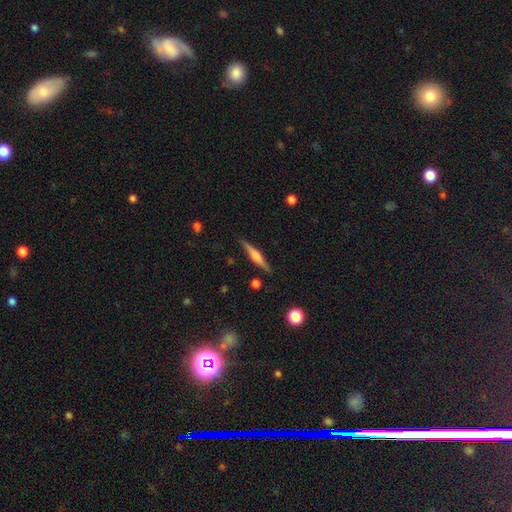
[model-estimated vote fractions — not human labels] Smooth or featured? featured or disk (61%)
Edge-on disk? yes (97%)
Edge-on bulge? rounded (68%)
Merging? none (87%)